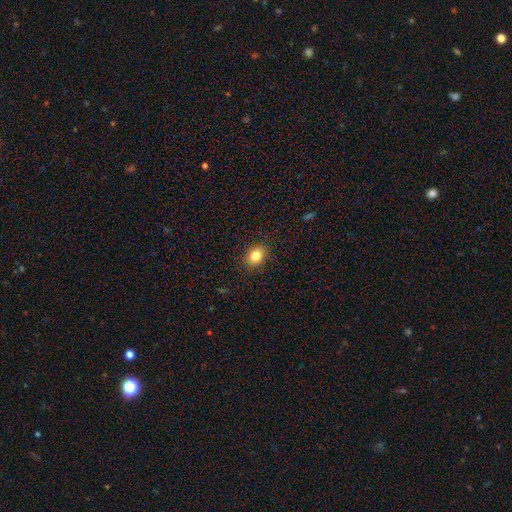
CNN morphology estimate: Smooth or featured?
  - smooth: 83% *
  - star or artifact: 10%
  - featured or disk: 7%
How rounded?
  - in between: 60% *
  - round: 39%
  - cigar-shaped: 1%
Merging?
  - none: 89% *
  - minor disturbance: 8%
  - major disturbance: 2%
  - merger: 1%